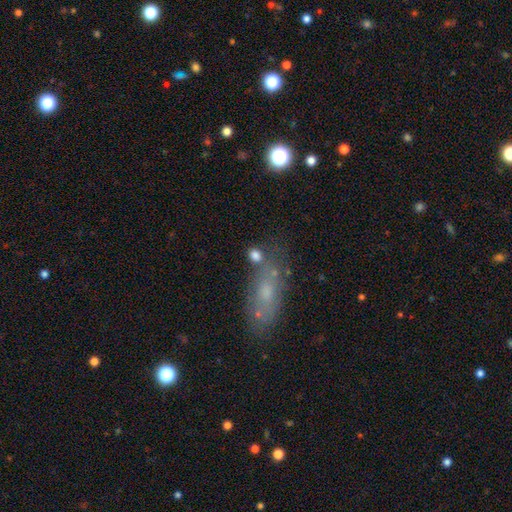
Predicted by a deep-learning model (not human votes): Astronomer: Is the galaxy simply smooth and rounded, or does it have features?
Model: smooth — 79%.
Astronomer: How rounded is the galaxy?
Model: round — 50% (runner-up: in between, 45%).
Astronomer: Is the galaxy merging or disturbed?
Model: none — 61%.